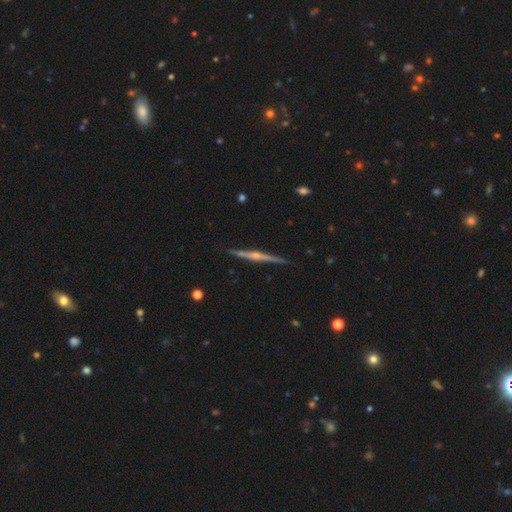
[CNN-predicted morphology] Q: Smooth or featured?
A: featured or disk (80%); runner-up: smooth (15%)
Q: Edge-on disk?
A: yes (98%); runner-up: no (2%)
Q: Edge-on bulge?
A: rounded (75%); runner-up: none (17%)
Q: Merging?
A: none (90%); runner-up: minor disturbance (7%)